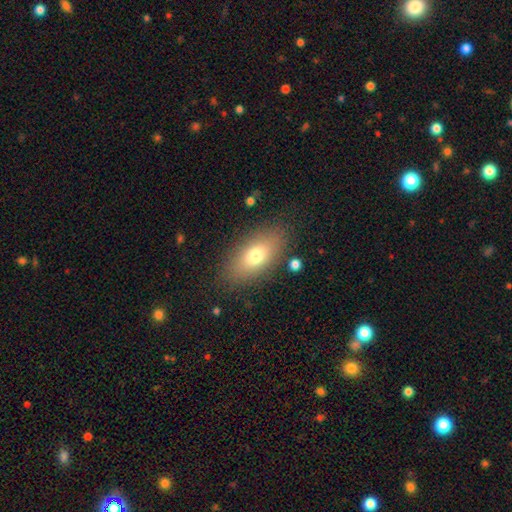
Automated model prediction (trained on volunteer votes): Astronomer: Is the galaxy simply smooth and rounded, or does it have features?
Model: smooth — 73%.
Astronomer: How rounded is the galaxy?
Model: in between — 86%.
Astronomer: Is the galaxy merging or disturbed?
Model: none — 83%.